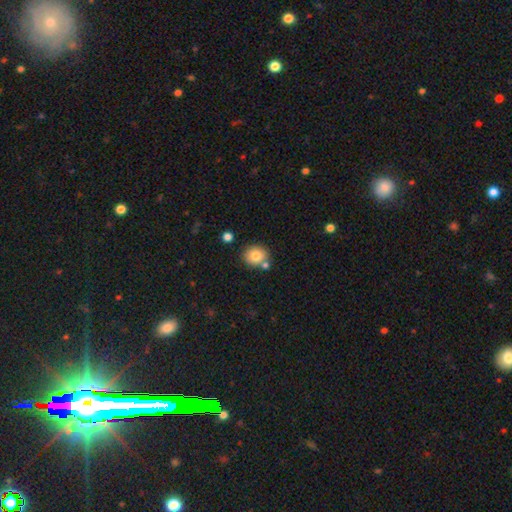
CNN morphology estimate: This appears to be a smooth galaxy with no disk features (79%) that is round (77%). Merging: none (71%).